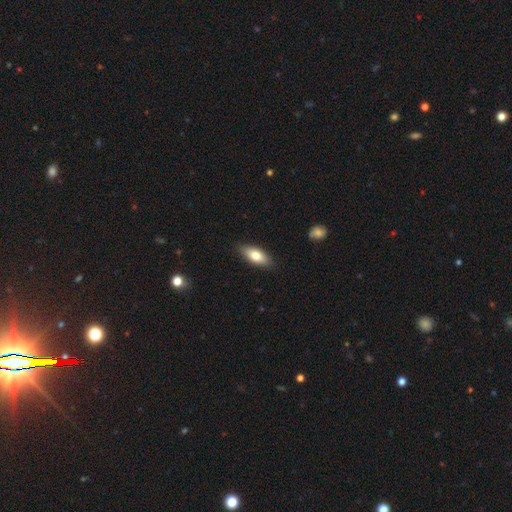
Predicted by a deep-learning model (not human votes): A smooth galaxy with no disk features (76%) that is in between round and cigar-shaped (81%).

Vote fractions:
- Smooth or featured? smooth: 76% / featured or disk: 17% / star or artifact: 6%
- How rounded? in between: 81% / cigar-shaped: 16% / round: 3%
- Merging? none: 86% / minor disturbance: 11% / major disturbance: 2% / merger: 1%